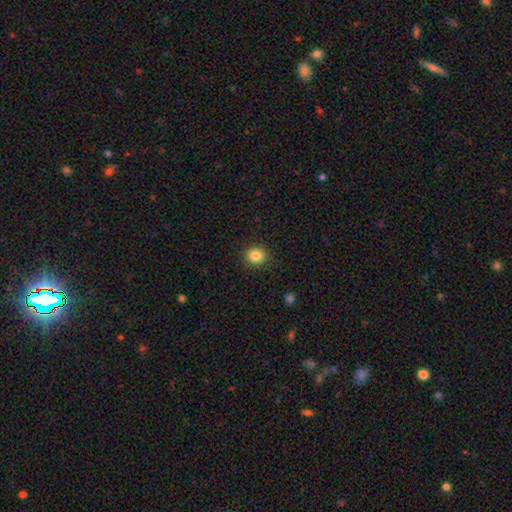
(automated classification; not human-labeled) smooth 84%, star or artifact 11%, featured or disk 5%. Down the decision tree: how rounded — round (79%); merging — none (90%).